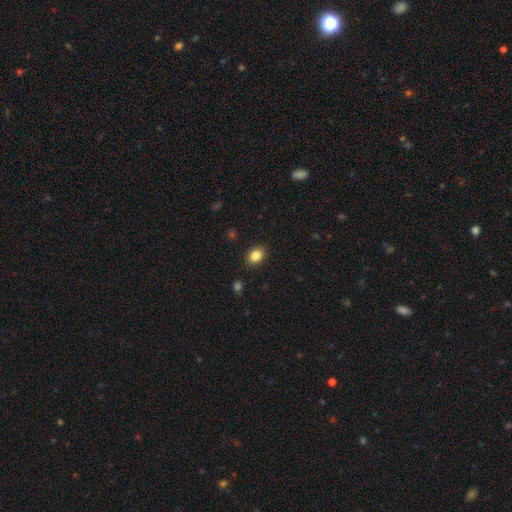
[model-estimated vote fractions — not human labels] A smooth galaxy with no disk features (85%) that is in between round and cigar-shaped (68%). Merging: none (88%).